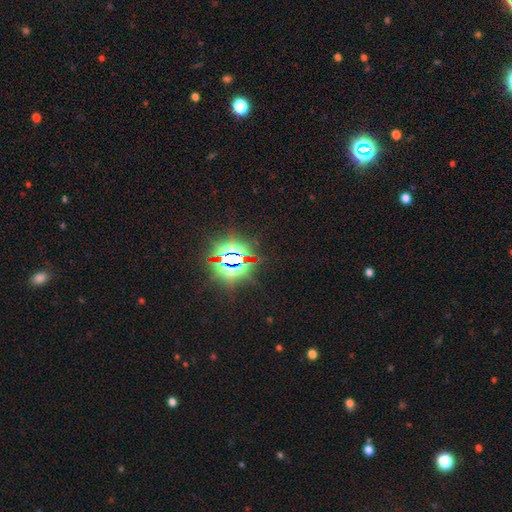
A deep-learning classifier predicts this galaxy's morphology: Smooth or featured?
  - star or artifact: 87% *
  - smooth: 8%
  - featured or disk: 6%